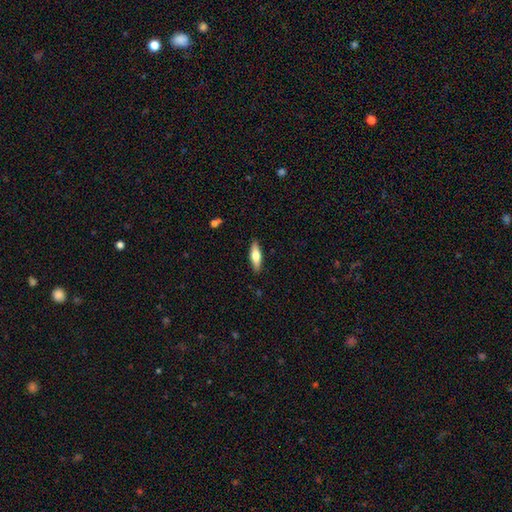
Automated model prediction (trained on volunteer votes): Q: Smooth or featured?
A: smooth (57%); runner-up: featured or disk (37%)
Q: How rounded?
A: cigar-shaped (54%); runner-up: in between (43%)
Q: Merging?
A: none (88%); runner-up: minor disturbance (9%)